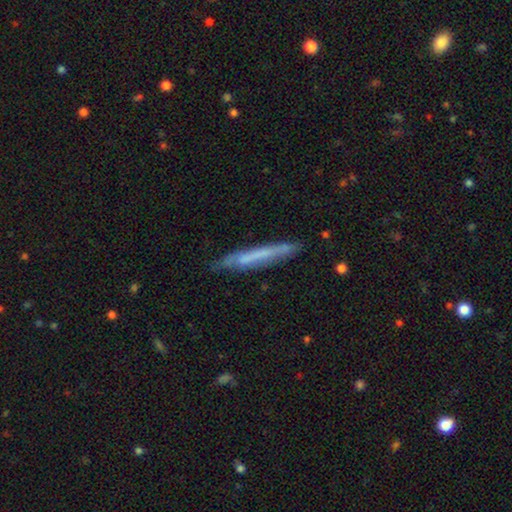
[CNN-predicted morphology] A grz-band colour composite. It shows a smooth galaxy with no disk features (48%). Merging: none (78%).